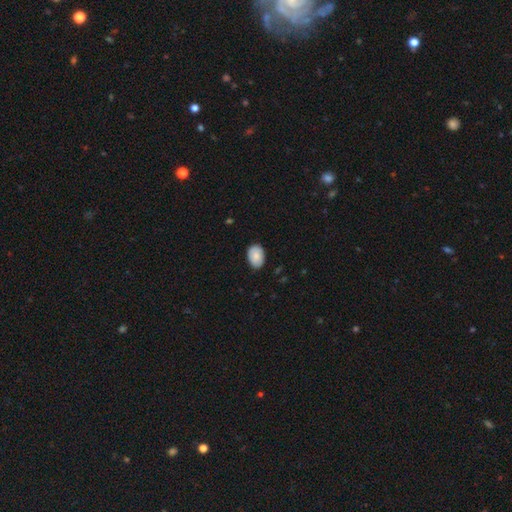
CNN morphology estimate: Smooth or featured?
  - smooth: 81% *
  - featured or disk: 13%
  - star or artifact: 7%
How rounded?
  - in between: 84% *
  - round: 15%
  - cigar-shaped: 1%
Merging?
  - none: 82% *
  - minor disturbance: 15%
  - major disturbance: 2%
  - merger: 1%